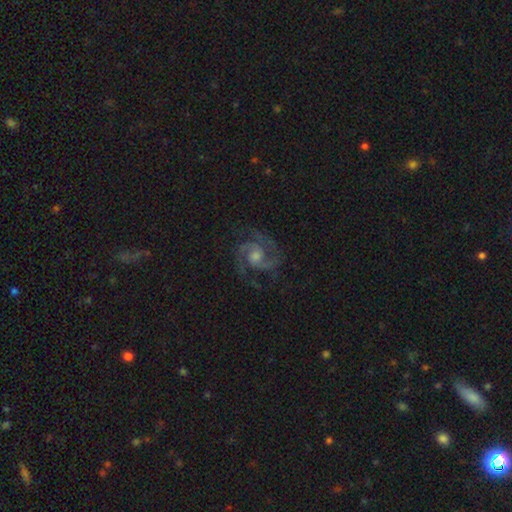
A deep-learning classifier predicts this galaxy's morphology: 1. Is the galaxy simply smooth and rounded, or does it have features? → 91% featured or disk, 6% star or artifact, 4% smooth.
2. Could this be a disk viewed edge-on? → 98% no, 2% yes.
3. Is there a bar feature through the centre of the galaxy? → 56% no, 37% weak, 7% strong.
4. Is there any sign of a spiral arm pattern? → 98% yes, 2% no.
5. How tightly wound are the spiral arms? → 57% medium, 35% tight, 8% loose.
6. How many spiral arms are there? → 77% 2, 13% 3, 4% can't tell, 2% 4, 2% 1, 2% more than 4.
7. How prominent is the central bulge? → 51% moderate, 35% small, 7% large, 6% none, 1% dominant.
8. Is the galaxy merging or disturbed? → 77% none, 15% minor disturbance, 7% major disturbance, 1% merger.